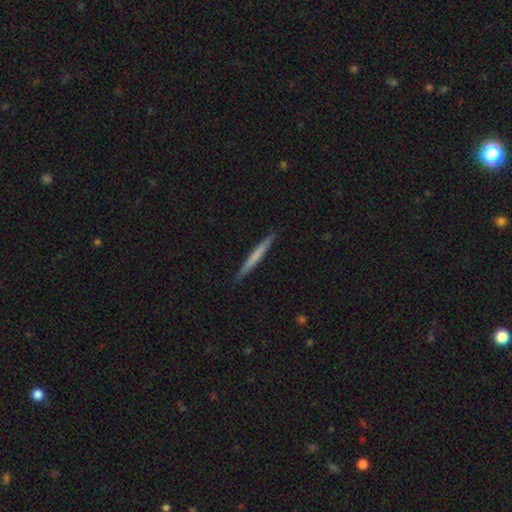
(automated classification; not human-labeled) Smooth or featured? Predicted: smooth (p=0.57). How rounded? Predicted: cigar-shaped (p=0.97). Merging? Predicted: none (p=0.92).